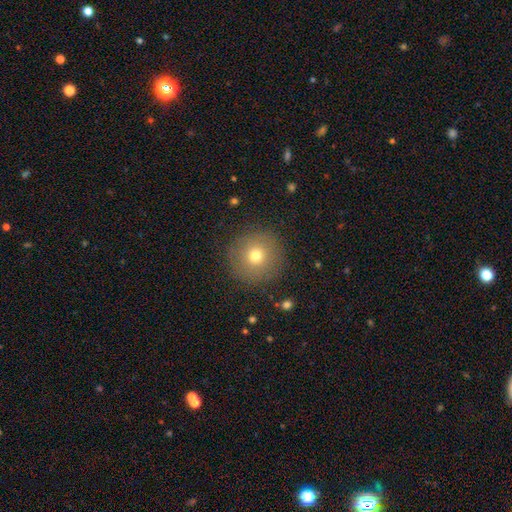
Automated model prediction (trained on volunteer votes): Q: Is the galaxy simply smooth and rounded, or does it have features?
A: smooth — 72%.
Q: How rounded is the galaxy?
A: round — 95%.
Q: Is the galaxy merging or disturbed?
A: none — 88%.